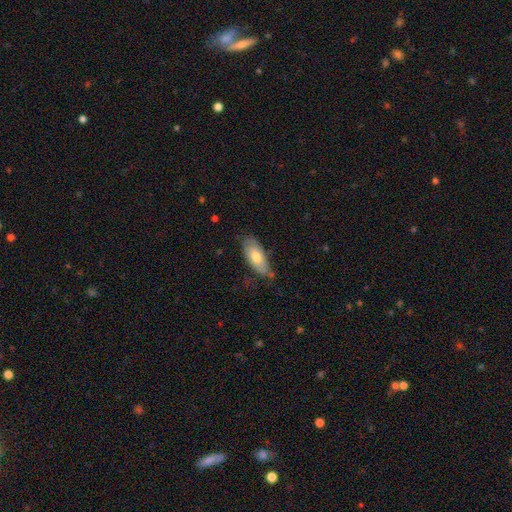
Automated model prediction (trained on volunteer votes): Smooth or featured: smooth — 65% (featured or disk — 28%)
How rounded: in between — 81% (cigar-shaped — 16%)
Merging: none — 67% (minor disturbance — 27%)